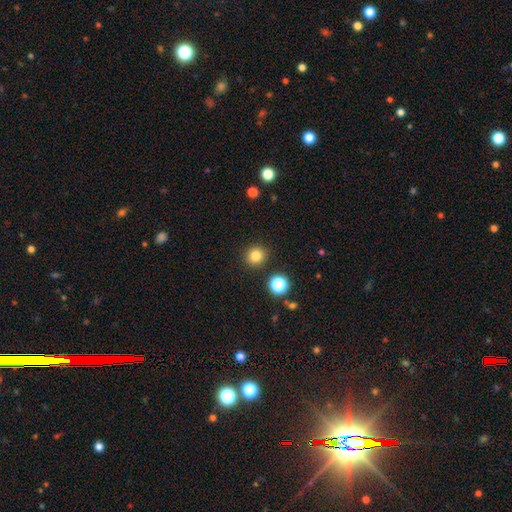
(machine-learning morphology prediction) smooth_or_featured: smooth (p=0.82) [alt: star or artifact p=0.13]
how_rounded: round (p=0.92) [alt: in between p=0.08]
merging: none (p=0.89) [alt: minor disturbance p=0.06]